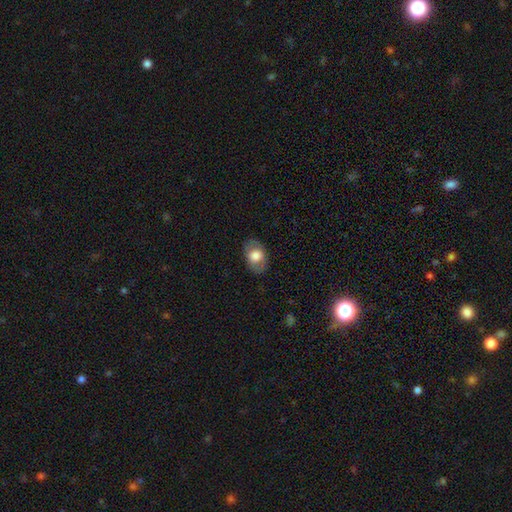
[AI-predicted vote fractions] Morphology: type=smooth (69%); roundness=in between (83%); merging=none (84%).